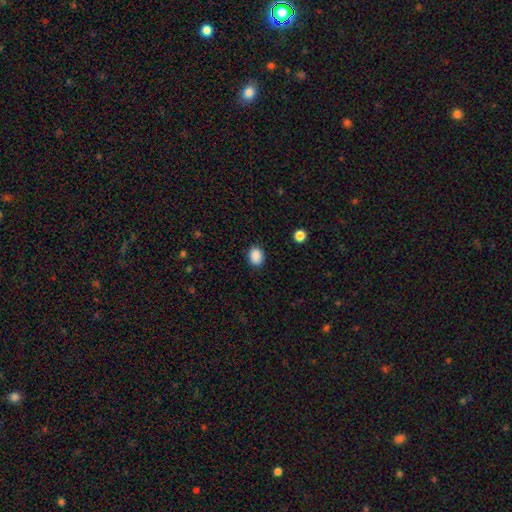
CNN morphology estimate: smooth_or_featured: smooth (p=0.89) [alt: star or artifact p=0.09]
how_rounded: in between (p=0.57) [alt: round p=0.42]
merging: none (p=0.87) [alt: minor disturbance p=0.10]